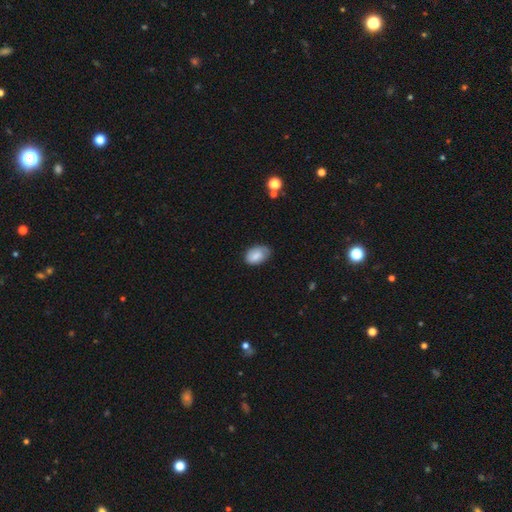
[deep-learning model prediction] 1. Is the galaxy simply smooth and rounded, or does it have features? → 77% smooth, 15% featured or disk, 7% star or artifact.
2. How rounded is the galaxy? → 88% in between, 11% round, 1% cigar-shaped.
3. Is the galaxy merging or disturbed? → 60% none, 32% minor disturbance, 6% major disturbance, 2% merger.